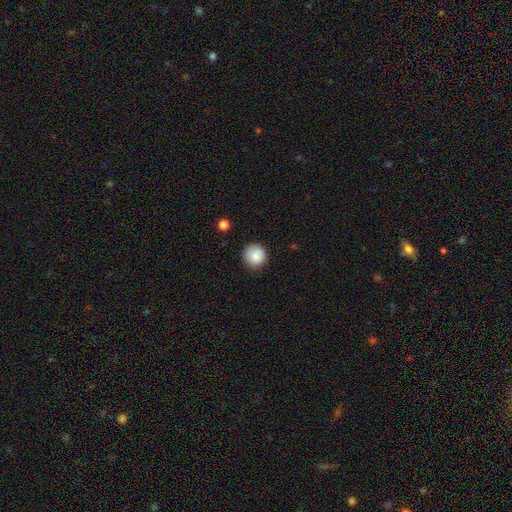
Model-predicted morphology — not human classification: Smooth or featured? Predicted: smooth (p=0.85). How rounded? Predicted: round (p=0.94). Merging? Predicted: none (p=0.85).